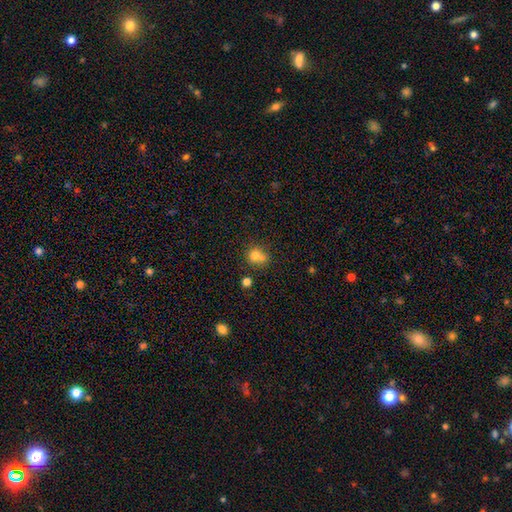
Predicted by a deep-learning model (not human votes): Overall: smooth (75%). How rounded: round (76%). Merging: none (45%; merger 36%).